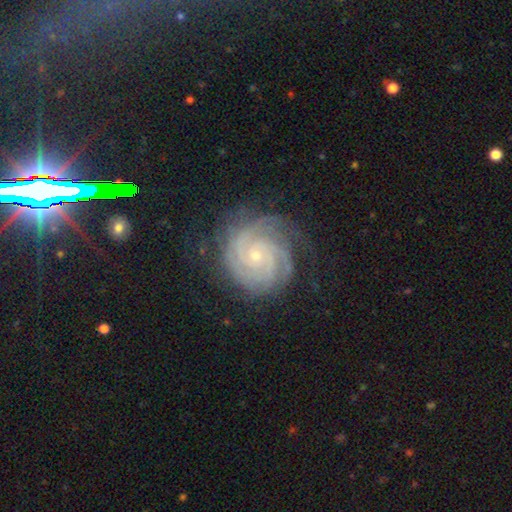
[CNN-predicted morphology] Overall: featured or disk (89%). Edge-on disk: no (98%). Bar: no (75%). Spiral arms: yes (98%). Spiral arm count: 4 (26%, tied with 3). Spiral winding: tight (82%). Bulge size: small (79%). Merging: none (77%).